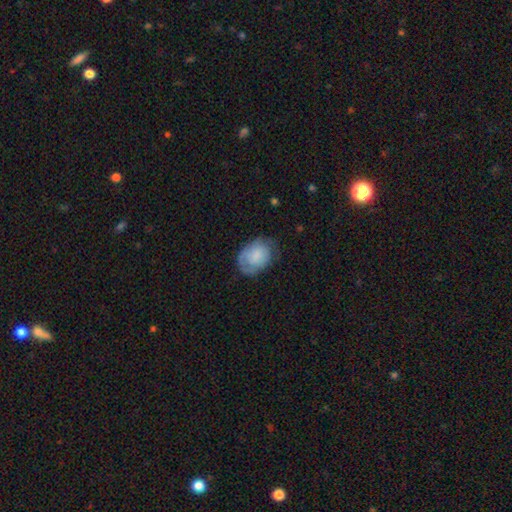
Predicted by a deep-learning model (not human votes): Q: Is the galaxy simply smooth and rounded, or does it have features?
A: smooth — 67%.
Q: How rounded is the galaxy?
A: in between — 70%.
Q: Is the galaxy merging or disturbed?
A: none — 57%.